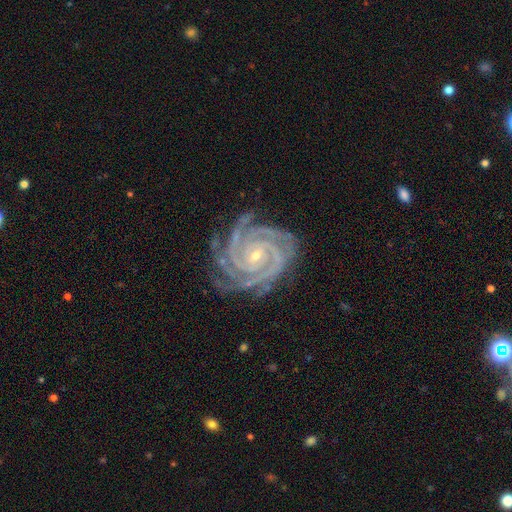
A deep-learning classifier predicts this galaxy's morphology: smooth-or-featured: featured or disk: 93% | star or artifact: 5% | smooth: 2%
  disk-edge-on: no: 98% | yes: 2%
    bar: no: 58% | weak: 25% | strong: 16%
    has-spiral-arms: yes: 99% | no: 1%
      spiral-winding: tight: 84% | medium: 14% | loose: 1%
      spiral-arm-count: 4: 37% | 3: 30% | more than 4: 10% | 2: 10% | can't tell: 8% | 1: 6%
    bulge-size: small: 75% | moderate: 22% | none: 1% | large: 1% | dominant: 1%
  merging: none: 77% | minor disturbance: 17% | major disturbance: 4% | merger: 1%